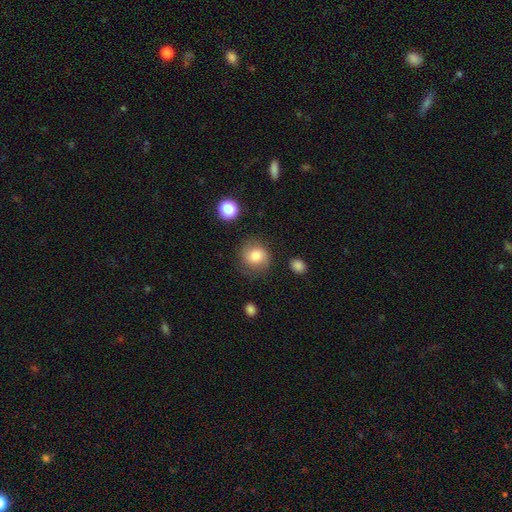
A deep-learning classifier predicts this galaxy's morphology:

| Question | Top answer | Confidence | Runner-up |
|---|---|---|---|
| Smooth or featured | smooth | 76% | featured or disk (15%) |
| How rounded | round | 84% | in between (15%) |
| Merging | none | 73% | minor disturbance (18%) |